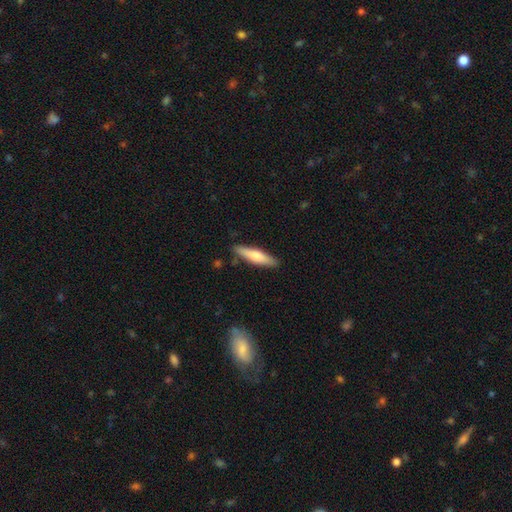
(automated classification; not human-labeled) smooth-or-featured: smooth: 66% | featured or disk: 29% | star or artifact: 5%
  how-rounded: cigar-shaped: 78% | in between: 20% | round: 2%
  merging: none: 87% | minor disturbance: 10% | major disturbance: 2% | merger: 2%